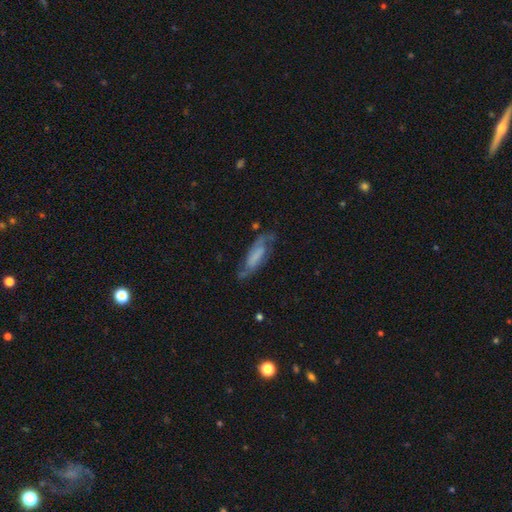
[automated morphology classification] Smooth or featured? Predicted: featured or disk (p=0.56). Edge-on disk? Predicted: no (p=0.78). Merging? Predicted: none (p=0.59).